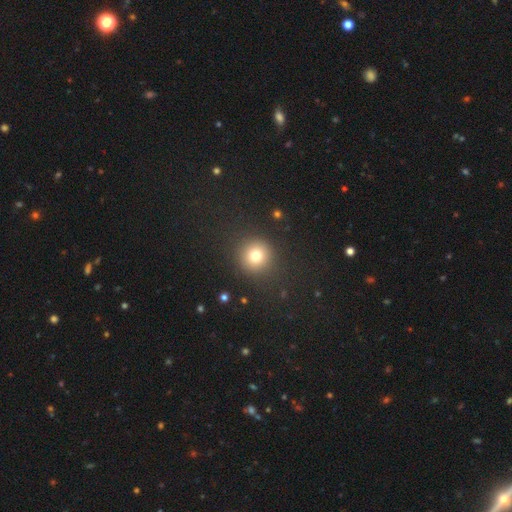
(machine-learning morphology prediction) Smooth or featured?
  - smooth: 75% *
  - star or artifact: 16%
  - featured or disk: 9%
How rounded?
  - round: 94% *
  - in between: 5%
  - cigar-shaped: 1%
Merging?
  - none: 89% *
  - minor disturbance: 6%
  - major disturbance: 3%
  - merger: 1%